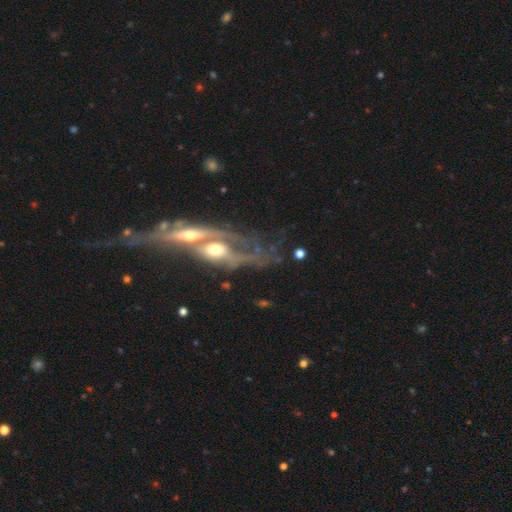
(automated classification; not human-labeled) Q: Smooth or featured?
A: featured or disk (77%); runner-up: smooth (13%)
Q: Edge-on disk?
A: no (60%); runner-up: yes (40%)
Q: Merging?
A: merger (48%); runner-up: major disturbance (21%)